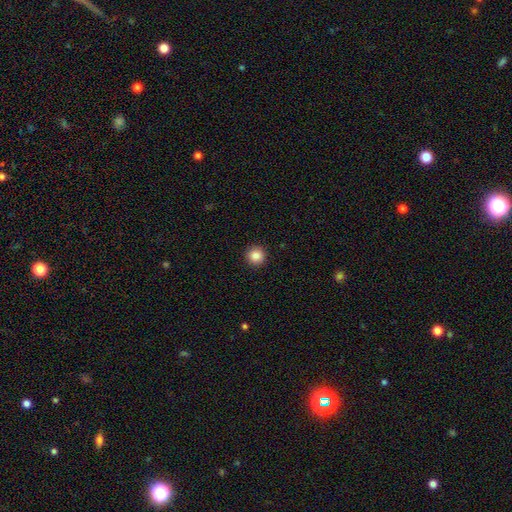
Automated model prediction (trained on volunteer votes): smooth-or-featured: smooth: 86% | star or artifact: 10% | featured or disk: 4%
  how-rounded: round: 95% | in between: 4% | cigar-shaped: 1%
  merging: none: 93% | minor disturbance: 5% | major disturbance: 2% | merger: 1%